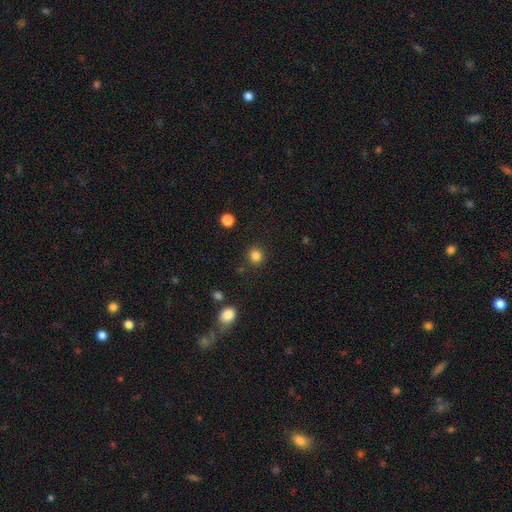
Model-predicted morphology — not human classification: The model was most divided on "smooth or featured": smooth: 84%, star or artifact: 12%, featured or disk: 4%. More confident: merging — none (88%); how rounded — round (88%).